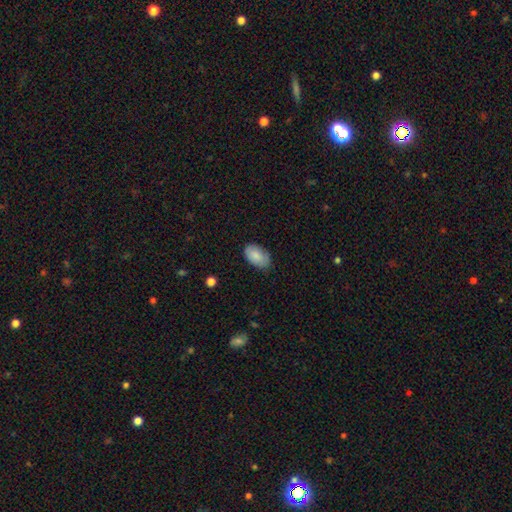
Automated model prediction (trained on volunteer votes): Smooth or featured? smooth (84%)
How rounded? in between (93%)
Merging? none (76%)